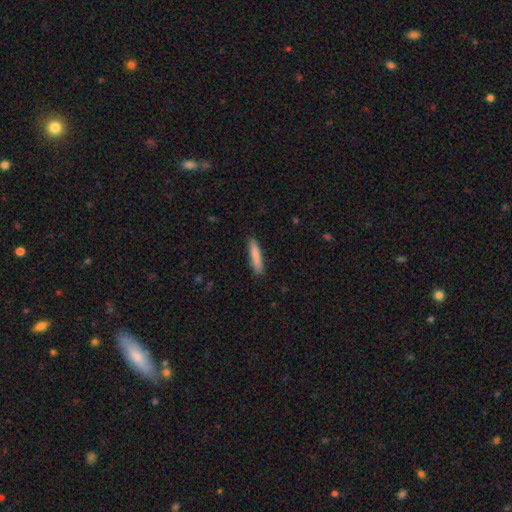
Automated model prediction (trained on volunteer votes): The model was most divided on "smooth or featured": smooth: 84%, featured or disk: 10%, star or artifact: 6%. More confident: how rounded — cigar-shaped (89%); merging — none (88%).